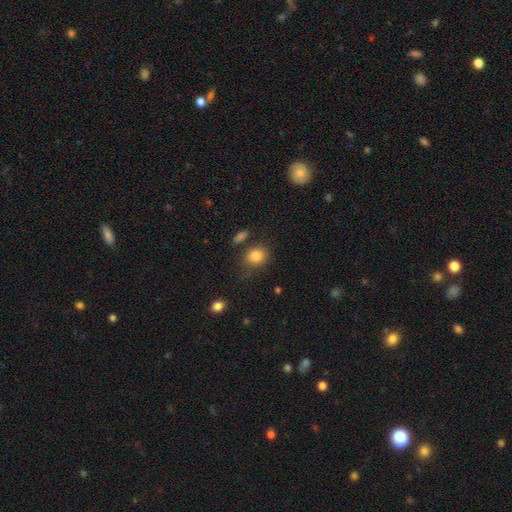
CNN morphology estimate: This appears to be a smooth galaxy with no disk features (85%) that is round (58%). Merging: none (66%).